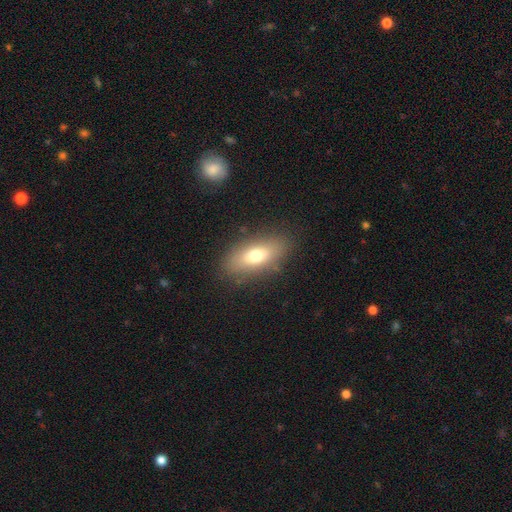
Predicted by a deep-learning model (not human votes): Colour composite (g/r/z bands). It shows a smooth galaxy with no disk features (70%) that is in between round and cigar-shaped (80%). Merging: none (84%).